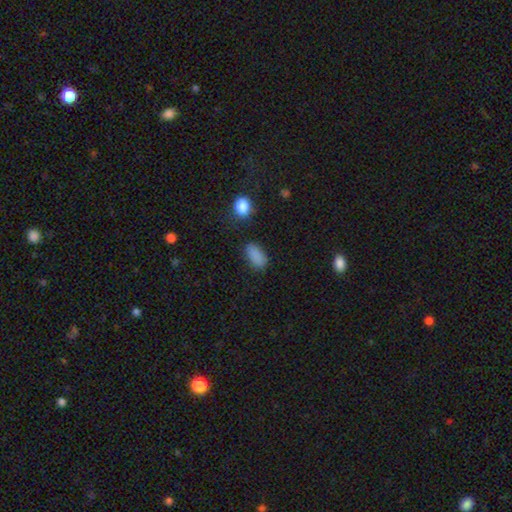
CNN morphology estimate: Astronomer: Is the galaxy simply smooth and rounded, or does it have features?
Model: smooth — 86%.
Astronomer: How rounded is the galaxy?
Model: in between — 91%.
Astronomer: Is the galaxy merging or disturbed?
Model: none — 78%.